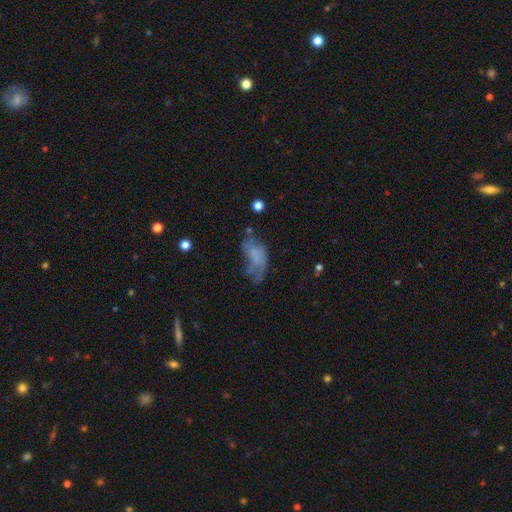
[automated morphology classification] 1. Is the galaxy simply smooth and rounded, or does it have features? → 47% smooth, 40% featured or disk, 13% star or artifact.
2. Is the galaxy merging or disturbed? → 40% major disturbance, 28% none, 25% minor disturbance, 7% merger.